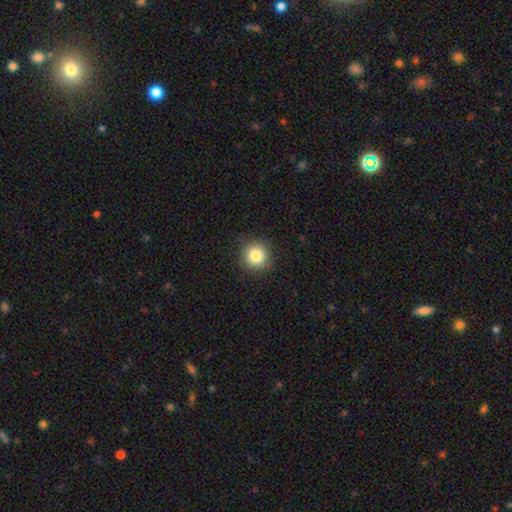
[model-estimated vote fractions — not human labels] smooth-or-featured: smooth: 84% | star or artifact: 10% | featured or disk: 6%
  how-rounded: round: 93% | in between: 6% | cigar-shaped: 1%
  merging: none: 89% | minor disturbance: 8% | major disturbance: 2% | merger: 1%